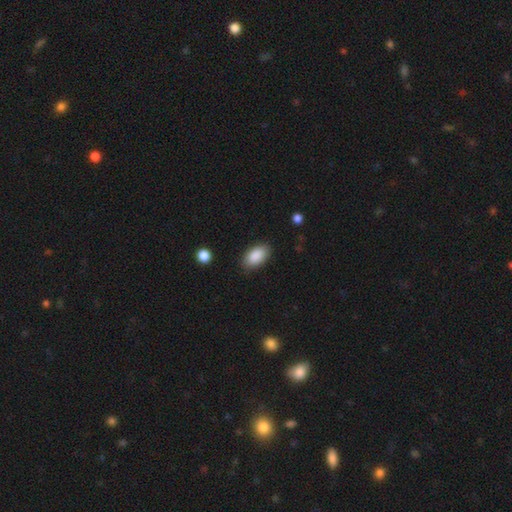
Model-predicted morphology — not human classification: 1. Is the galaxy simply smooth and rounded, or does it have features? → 89% smooth, 6% star or artifact, 5% featured or disk.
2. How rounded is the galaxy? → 94% in between, 4% round, 2% cigar-shaped.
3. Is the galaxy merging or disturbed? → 85% none, 11% minor disturbance, 3% major disturbance, 1% merger.